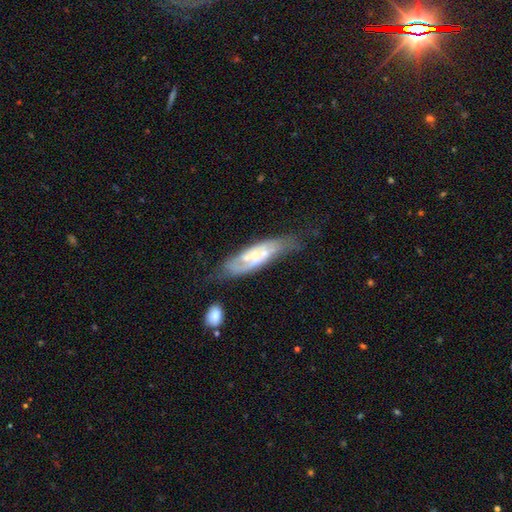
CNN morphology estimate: The model was most divided on "bulge size": small: 57%, moderate: 36%, none: 3%, large: 3%, dominant: 1%. Remaining: edge-on disk — no (82%); spiral arms — yes (81%); smooth or featured — featured or disk (72%); bar — no (61%); merging — none (50%).